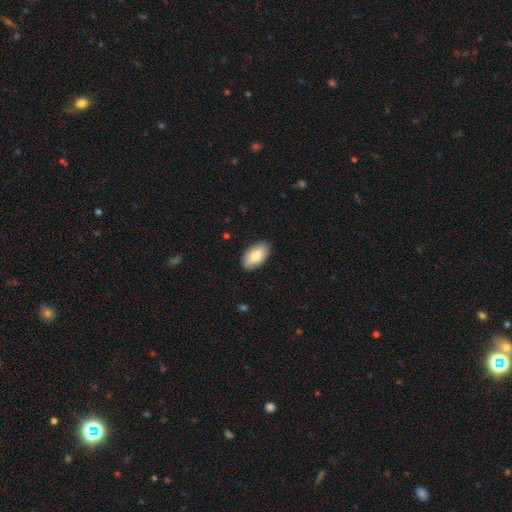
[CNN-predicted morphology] This appears to be a smooth galaxy with no disk features (80%) that is in between round and cigar-shaped (95%). Merging: none (85%).